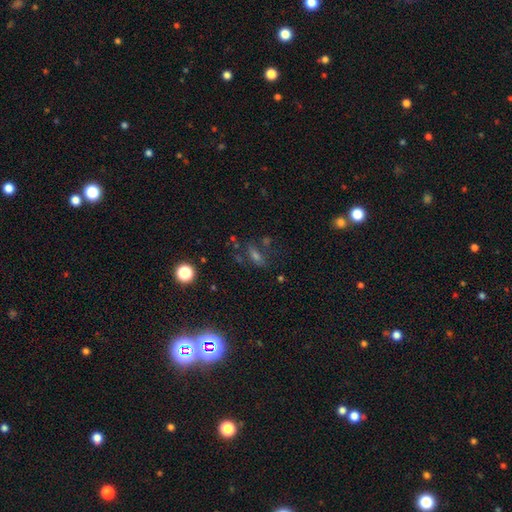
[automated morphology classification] Smooth or featured? star or artifact (40%)